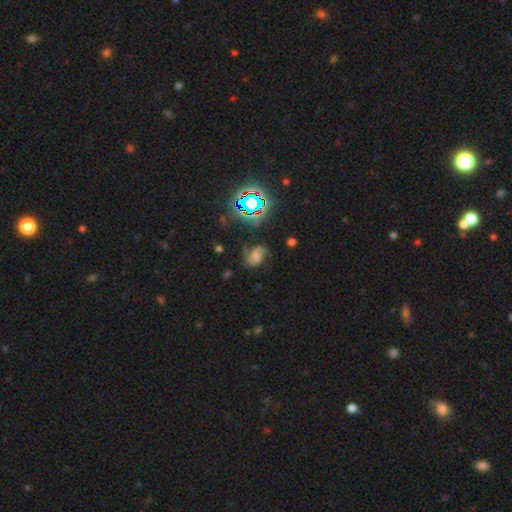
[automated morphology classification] This appears to be a featured or disk galaxy (48%). Merging: none (53%).